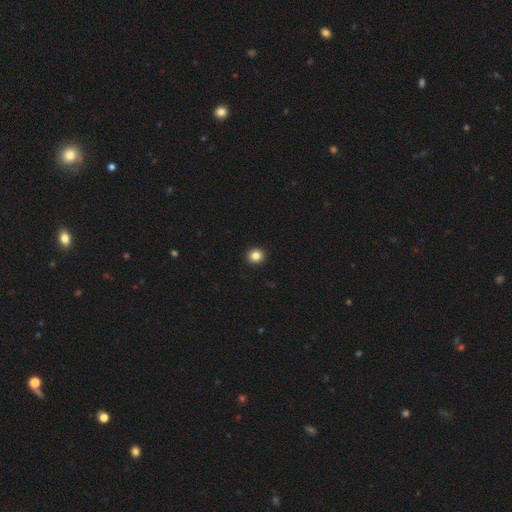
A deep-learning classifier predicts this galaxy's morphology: This is clearly a smooth galaxy (84%). How rounded: clearly round (86%). Merging: clearly none (93%).